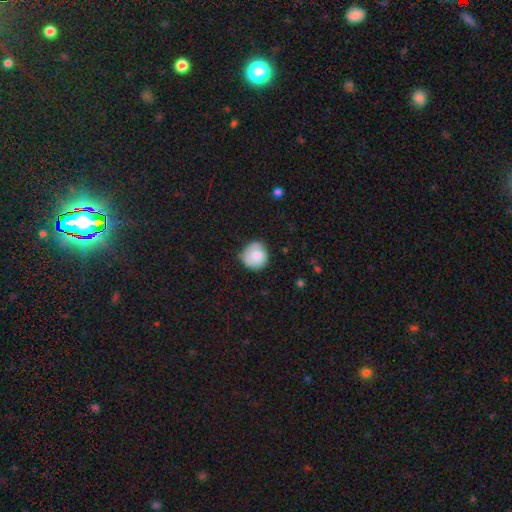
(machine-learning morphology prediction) smooth 75%, featured or disk 18%, star or artifact 7%. Down the decision tree: how rounded — round (87%); merging — none (68%).